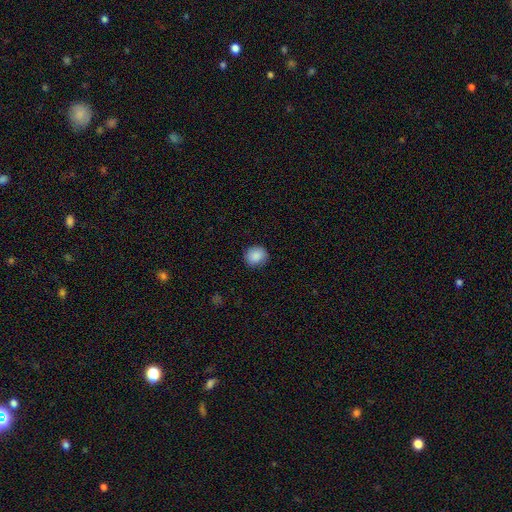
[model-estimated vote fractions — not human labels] Smooth or featured? Predicted: smooth (p=0.88). How rounded? Predicted: round (p=0.81). Merging? Predicted: none (p=0.87).